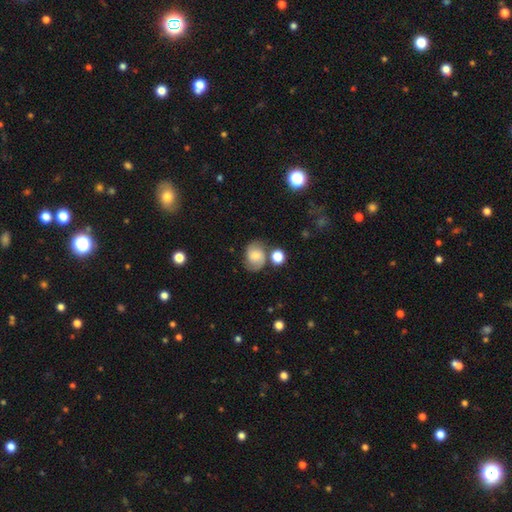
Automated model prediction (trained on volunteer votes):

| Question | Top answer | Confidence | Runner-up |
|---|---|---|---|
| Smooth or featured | featured or disk | 49% | smooth (41%) |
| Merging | none | 64% | minor disturbance (18%) |